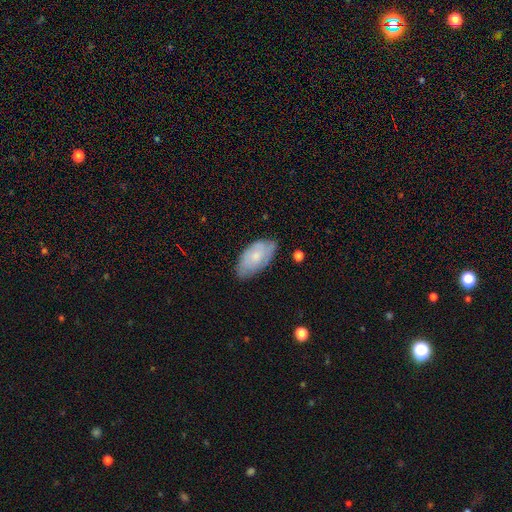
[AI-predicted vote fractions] Morphology: type=smooth (62%); roundness=in between (94%); merging=none (68%).